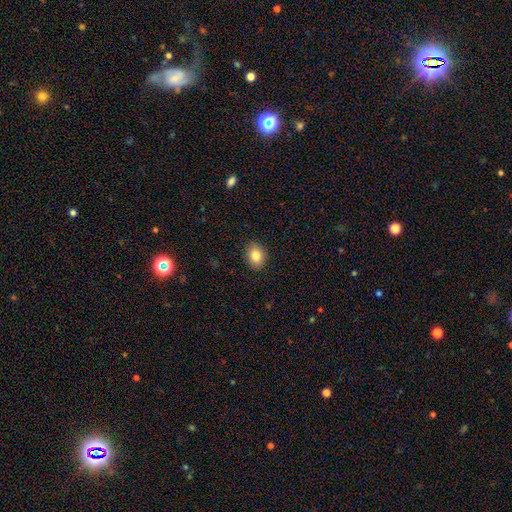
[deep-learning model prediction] Smooth or featured?
  - smooth: 84% *
  - star or artifact: 9%
  - featured or disk: 8%
How rounded?
  - in between: 60% *
  - round: 39%
  - cigar-shaped: 1%
Merging?
  - none: 89% *
  - minor disturbance: 8%
  - major disturbance: 2%
  - merger: 1%